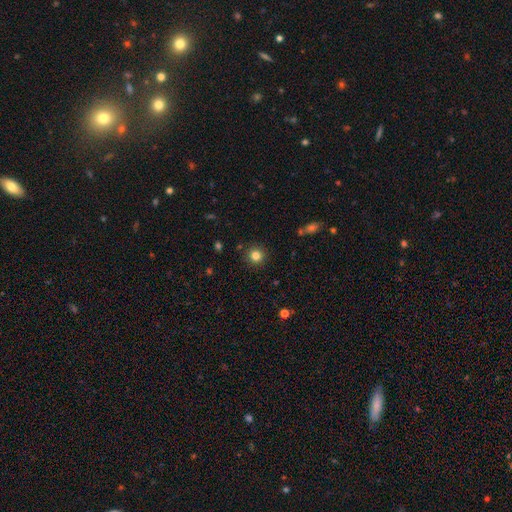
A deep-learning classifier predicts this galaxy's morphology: smooth-or-featured: smooth: 82% | star or artifact: 13% | featured or disk: 6%
  how-rounded: round: 94% | in between: 5% | cigar-shaped: 1%
  merging: none: 90% | minor disturbance: 6% | major disturbance: 2% | merger: 2%